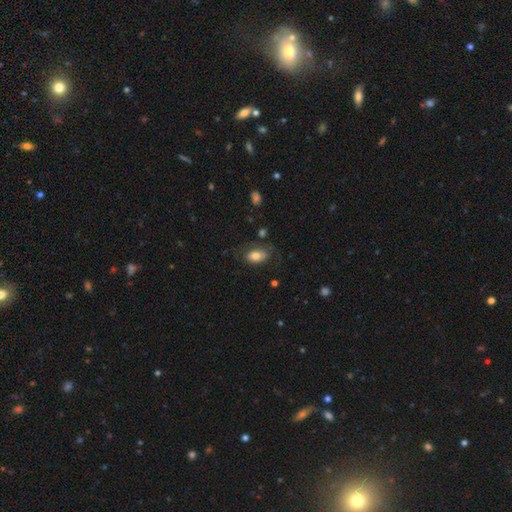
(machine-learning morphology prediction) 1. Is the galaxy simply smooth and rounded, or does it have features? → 74% smooth, 18% featured or disk, 8% star or artifact.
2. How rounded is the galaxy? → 90% in between, 8% round, 2% cigar-shaped.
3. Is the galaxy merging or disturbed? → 58% none, 24% minor disturbance, 16% major disturbance, 3% merger.